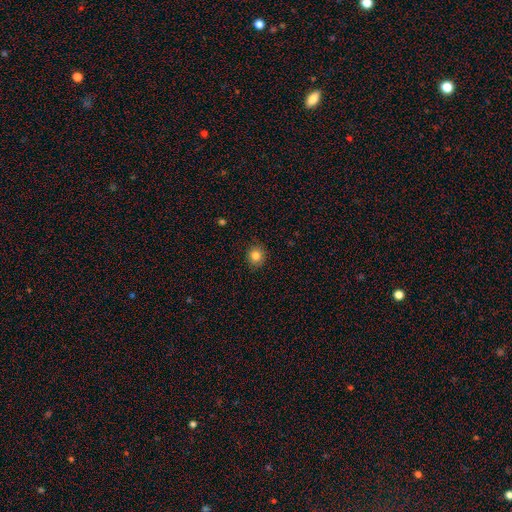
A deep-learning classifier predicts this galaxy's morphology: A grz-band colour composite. It shows a smooth galaxy with no disk features (83%) that is round (84%). Merging: none (88%).